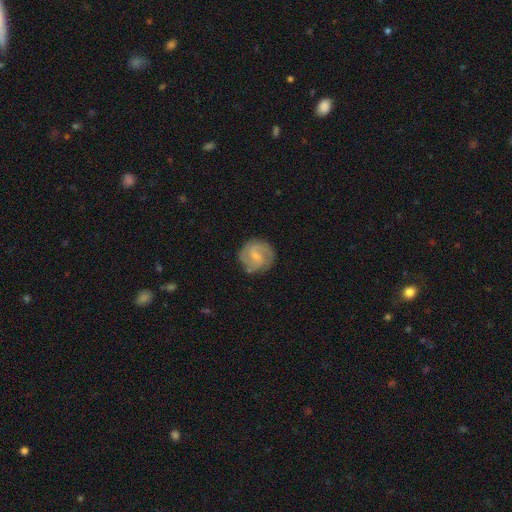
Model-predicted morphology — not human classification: Overall: featured or disk (81%). Edge-on disk: no (98%). Bar: weak (52%; no 38%). Spiral arms: yes (96%). Spiral arm count: 2 (50%; 3 28%). Spiral winding: medium (49%; tight 38%). Bulge size: small (68%). Merging: none (81%).